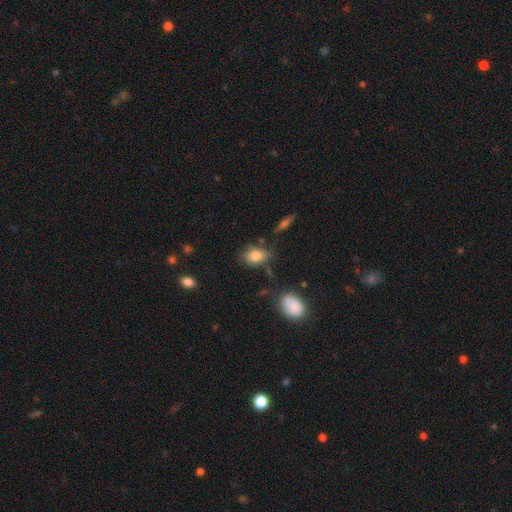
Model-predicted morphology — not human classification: Smooth or featured: smooth — 81% (featured or disk — 10%)
How rounded: in between — 80% (round — 18%)
Merging: none — 68% (minor disturbance — 21%)